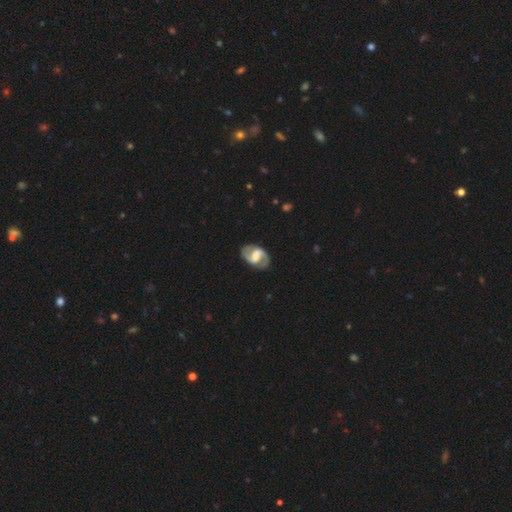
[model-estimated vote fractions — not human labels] Smooth or featured?
  - featured or disk: 87% *
  - smooth: 9%
  - star or artifact: 4%
Edge-on disk?
  - no: 98% *
  - yes: 2%
Bar?
  - weak: 47% *
  - strong: 37%
  - no: 16%
Spiral arms?
  - yes: 95% *
  - no: 5%
Spiral winding?
  - medium: 55% *
  - tight: 24%
  - loose: 21%
Spiral arm count?
  - 2: 93% *
  - can't tell: 3%
  - 1: 2%
  - 3: 1%
  - 4: 1%
  - more than 4: 1%
Bulge size?
  - moderate: 42% *
  - small: 22%
  - large: 21%
  - none: 13%
  - dominant: 2%
Merging?
  - none: 84% *
  - minor disturbance: 11%
  - major disturbance: 4%
  - merger: 1%